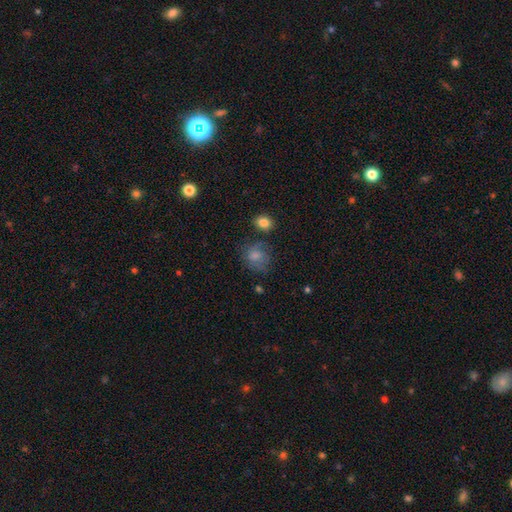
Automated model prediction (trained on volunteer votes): Smooth or featured? Predicted: smooth (p=0.75). How rounded? Predicted: round (p=0.69). Merging? Predicted: none (p=0.55).